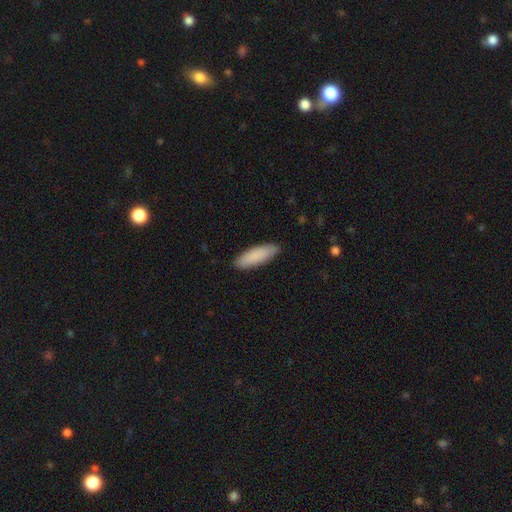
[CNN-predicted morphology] Smooth or featured? Predicted: smooth (p=0.88). How rounded? Predicted: in between (p=0.53). Merging? Predicted: none (p=0.88).